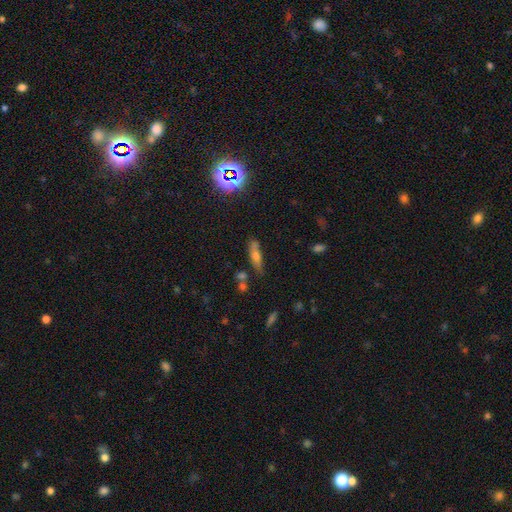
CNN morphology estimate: Overall: smooth (54%; featured or disk 30%). How rounded: cigar-shaped (62%; in between 34%). Merging: none (63%).